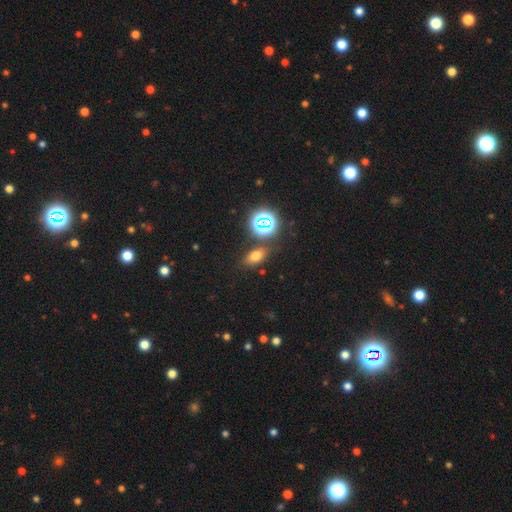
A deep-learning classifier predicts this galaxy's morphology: Overall: smooth (64%; star or artifact 26%). How rounded: in between (76%). Merging: none (79%).